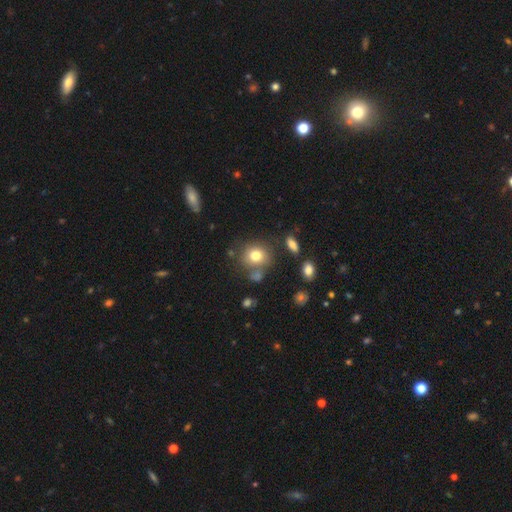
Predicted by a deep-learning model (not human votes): Smooth or featured: smooth — 77% (star or artifact — 12%)
How rounded: round — 78% (in between — 21%)
Merging: none — 71% (minor disturbance — 14%)